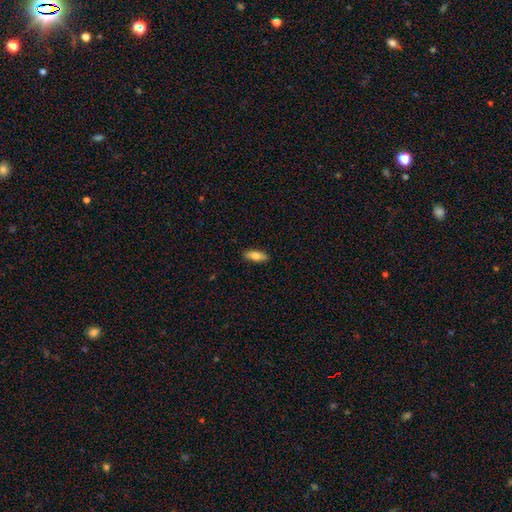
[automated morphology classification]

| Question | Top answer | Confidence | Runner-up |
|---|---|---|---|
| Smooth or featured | smooth | 75% | featured or disk (19%) |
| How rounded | in between | 67% | cigar-shaped (30%) |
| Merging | none | 89% | minor disturbance (9%) |